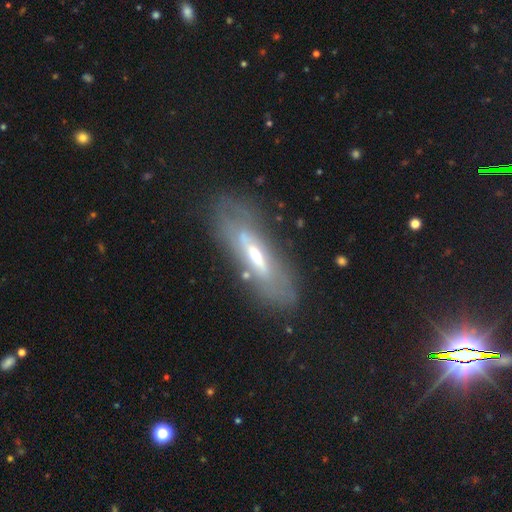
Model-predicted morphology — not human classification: The model was most divided on "edge-on disk": no: 54%, yes: 46%. More confident: merging — none (76%); smooth or featured — featured or disk (66%).